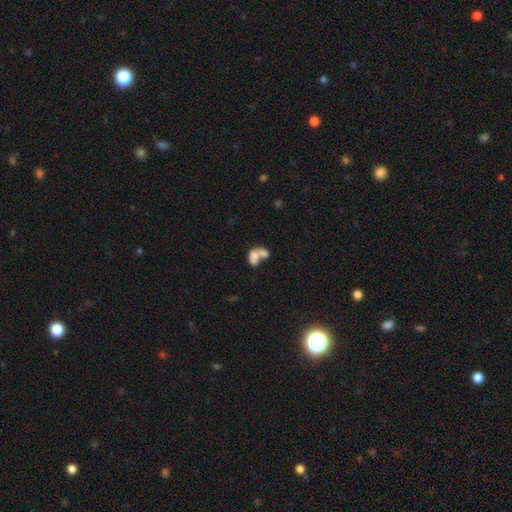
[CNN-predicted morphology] smooth-or-featured: smooth: 73% | featured or disk: 18% | star or artifact: 9%
  how-rounded: in between: 84% | round: 14% | cigar-shaped: 2%
  merging: merger: 72% | none: 15% | minor disturbance: 7% | major disturbance: 7%